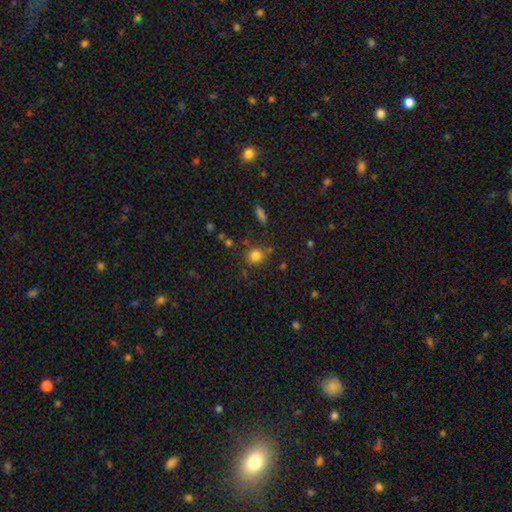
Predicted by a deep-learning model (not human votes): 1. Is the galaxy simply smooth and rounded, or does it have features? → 80% smooth, 14% star or artifact, 6% featured or disk.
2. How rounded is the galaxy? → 81% round, 18% in between, 1% cigar-shaped.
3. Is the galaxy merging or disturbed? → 78% none, 12% minor disturbance, 6% merger, 4% major disturbance.